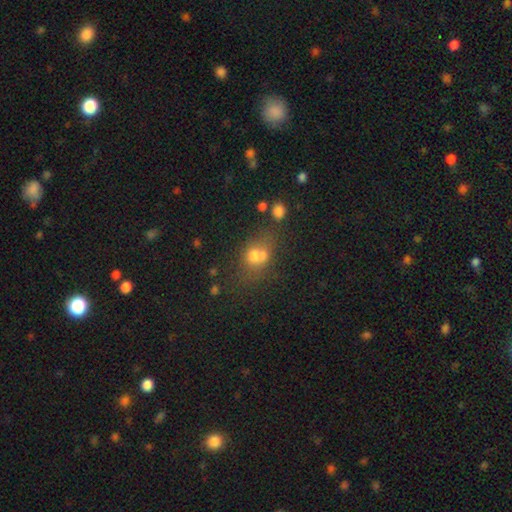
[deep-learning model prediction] This appears to be a smooth galaxy with no disk features (66%) that is round (56%). Merging: merger (48%).